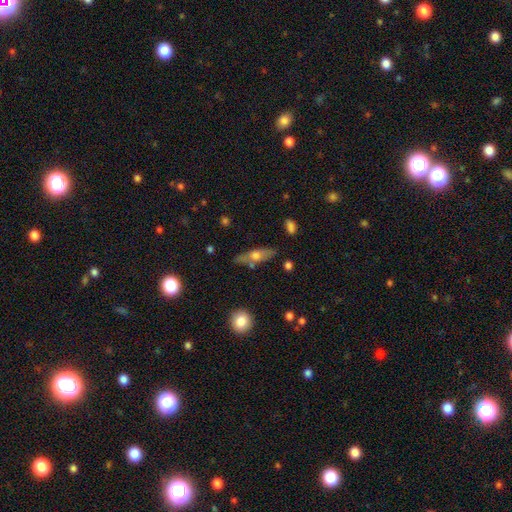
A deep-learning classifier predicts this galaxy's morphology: smooth_or_featured: smooth (p=0.51) [alt: featured or disk p=0.41]
how_rounded: cigar-shaped (p=0.50) [alt: in between p=0.46]
merging: none (p=0.73) [alt: minor disturbance p=0.16]